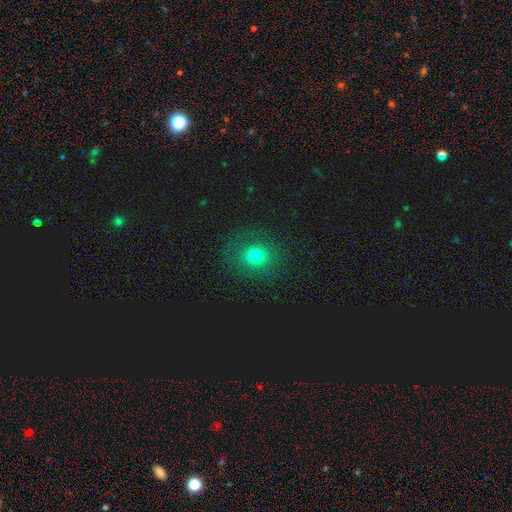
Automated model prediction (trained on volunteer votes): Q: Smooth or featured?
A: smooth (72%); runner-up: star or artifact (17%)
Q: How rounded?
A: round (82%); runner-up: in between (17%)
Q: Merging?
A: none (83%); runner-up: minor disturbance (10%)